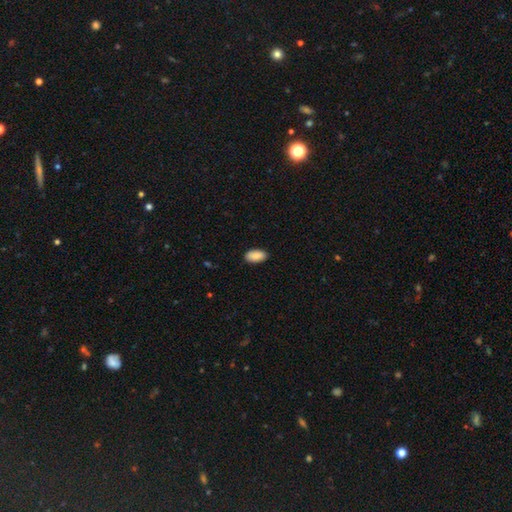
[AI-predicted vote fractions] Morphology: type=smooth (87%); roundness=in between (95%); merging=none (88%).